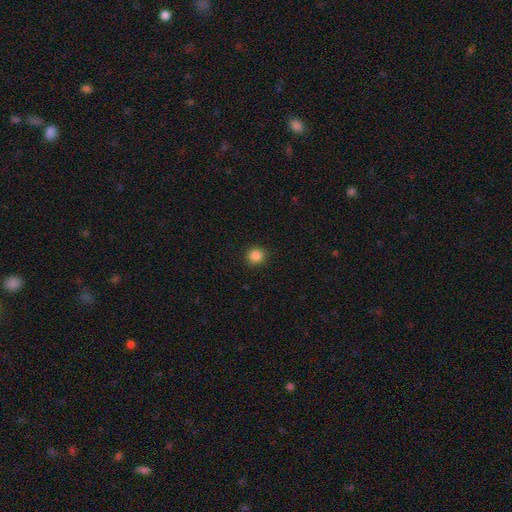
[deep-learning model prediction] Q: Smooth or featured?
A: smooth (86%); runner-up: star or artifact (11%)
Q: How rounded?
A: round (93%); runner-up: in between (6%)
Q: Merging?
A: none (92%); runner-up: minor disturbance (5%)